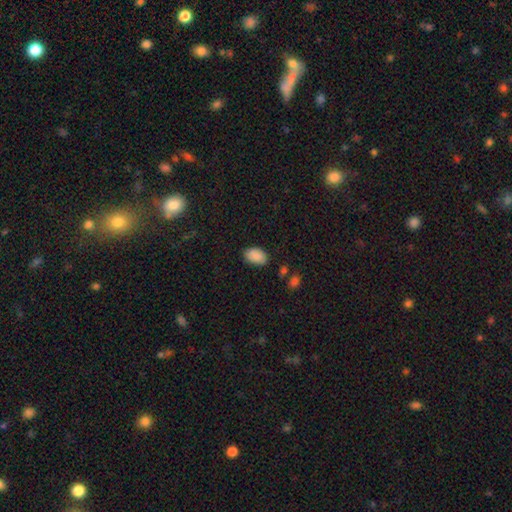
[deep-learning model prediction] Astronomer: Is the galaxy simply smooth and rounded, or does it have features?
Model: smooth — 89%.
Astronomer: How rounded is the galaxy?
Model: in between — 92%.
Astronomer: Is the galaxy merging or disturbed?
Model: none — 83%.